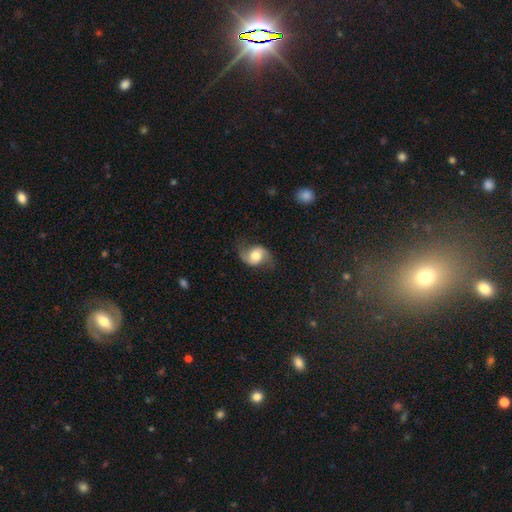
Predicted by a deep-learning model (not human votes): The model was most divided on "bar": no: 62%, weak: 29%, strong: 9%. More confident: edge-on disk — no (96%); spiral arm count — 2 (91%); spiral arms — yes (90%); merging — none (68%); spiral winding — loose (64%); smooth or featured — featured or disk (63%); bulge size — moderate (62%).